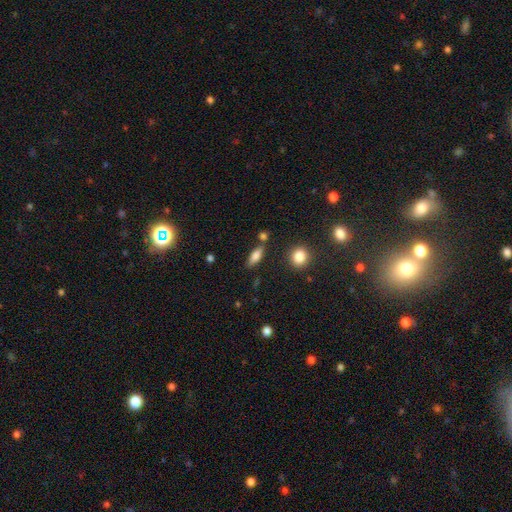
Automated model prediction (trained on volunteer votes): Smooth or featured: smooth — 76% (featured or disk — 16%)
How rounded: in between — 64% (cigar-shaped — 32%)
Merging: none — 73% (minor disturbance — 14%)